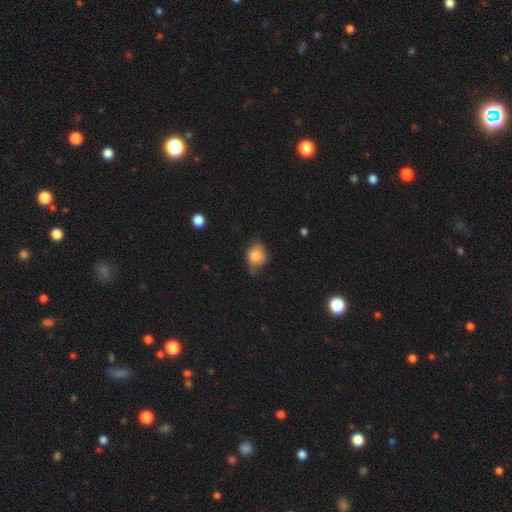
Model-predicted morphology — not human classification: smooth-or-featured: smooth: 79% | featured or disk: 13% | star or artifact: 9%
  how-rounded: in between: 56% | round: 42% | cigar-shaped: 1%
  merging: none: 46% | minor disturbance: 42% | major disturbance: 10% | merger: 2%